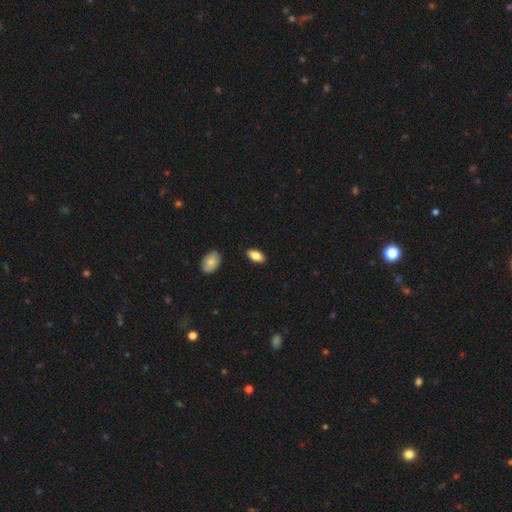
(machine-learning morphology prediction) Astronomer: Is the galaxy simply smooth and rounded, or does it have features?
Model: smooth — 84%.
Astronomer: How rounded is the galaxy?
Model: in between — 92%.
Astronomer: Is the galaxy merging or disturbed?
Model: none — 88%.